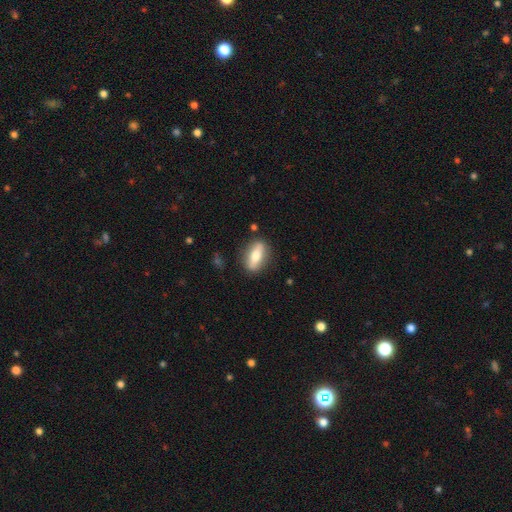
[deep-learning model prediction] Smooth or featured: smooth — 59% (featured or disk — 35%)
How rounded: in between — 67% (cigar-shaped — 28%)
Merging: none — 85% (minor disturbance — 10%)